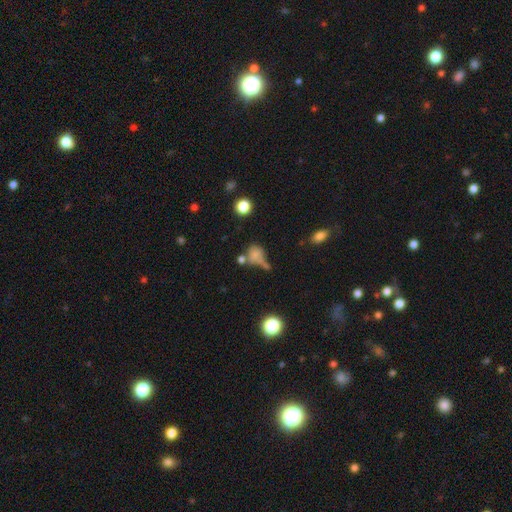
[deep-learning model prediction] Overall: smooth (66%). How rounded: round (57%; in between 40%). Merging: merger (35%; none 32%).